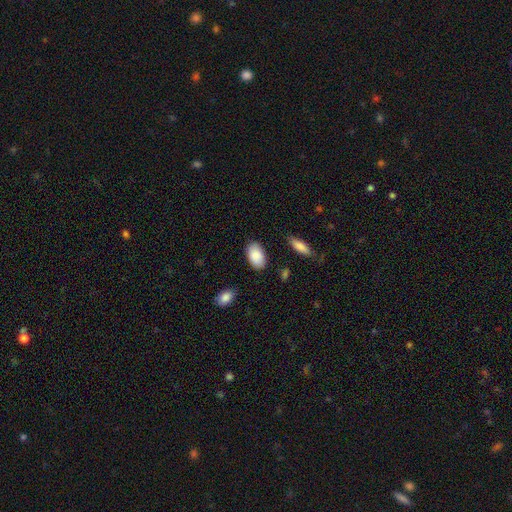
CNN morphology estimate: type=smooth (89%); roundness=in between (94%); merging=none (83%).